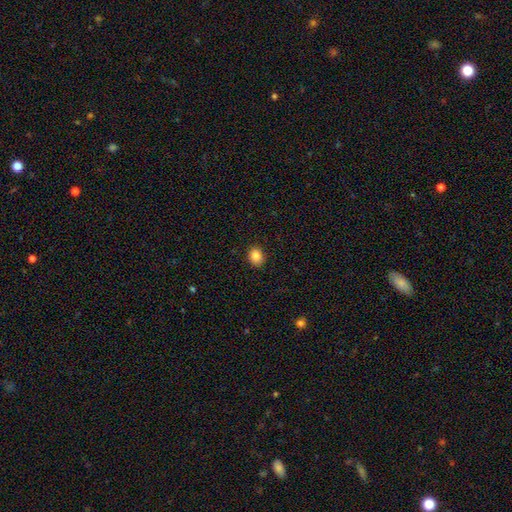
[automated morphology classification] This appears to be a smooth galaxy with no disk features (86%) that is round (55%). Merging: none (90%).